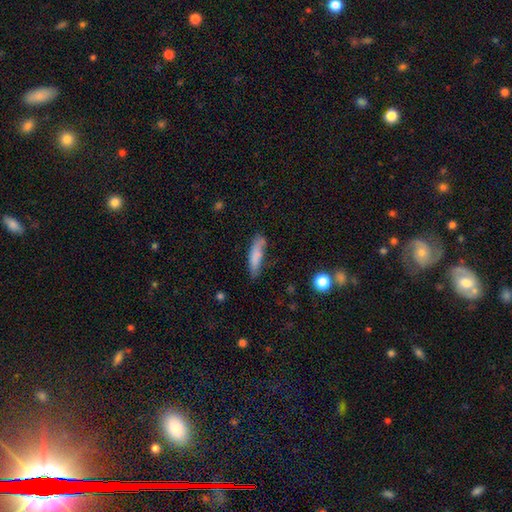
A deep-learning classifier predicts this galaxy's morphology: Overall: smooth (79%). How rounded: cigar-shaped (69%; in between 29%). Merging: none (60%; minor disturbance 27%).